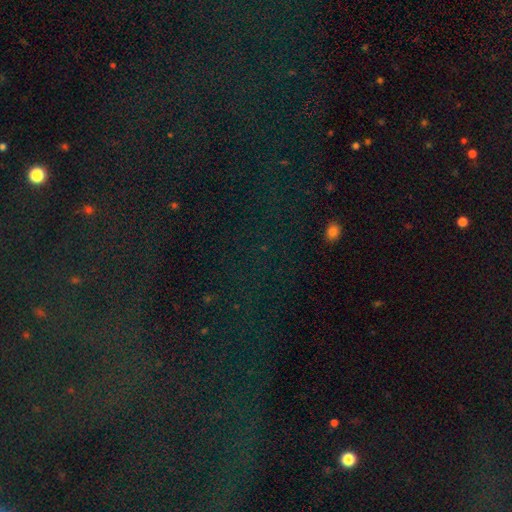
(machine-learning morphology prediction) smooth_or_featured: star or artifact (p=0.78) [alt: smooth p=0.13]